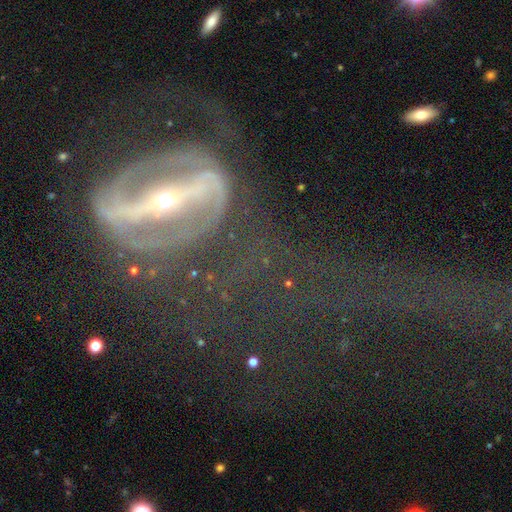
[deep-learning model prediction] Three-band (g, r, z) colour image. It shows a featured or disk galaxy (88%) with a strong bar (82%), 2 (77%) medium (37%) spiral arms (76%) and a small central bulge (77%). Merging: major disturbance (48%).